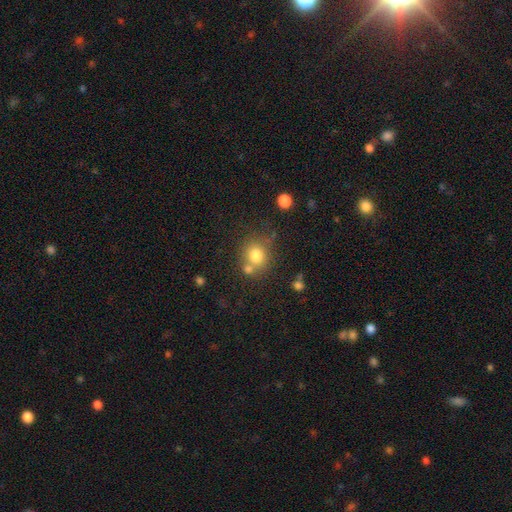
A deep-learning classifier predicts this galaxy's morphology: Smooth or featured: smooth — 78% (star or artifact — 13%)
How rounded: round — 83% (in between — 16%)
Merging: none — 61% (merger — 23%)